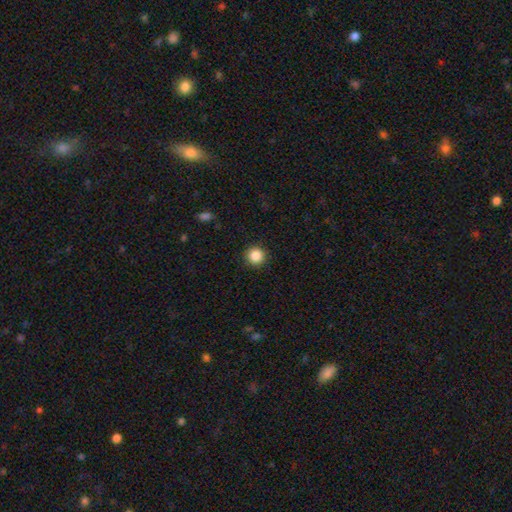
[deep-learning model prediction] smooth_or_featured: smooth (p=0.87) [alt: star or artifact p=0.10]
how_rounded: round (p=0.95) [alt: in between p=0.04]
merging: none (p=0.91) [alt: minor disturbance p=0.06]